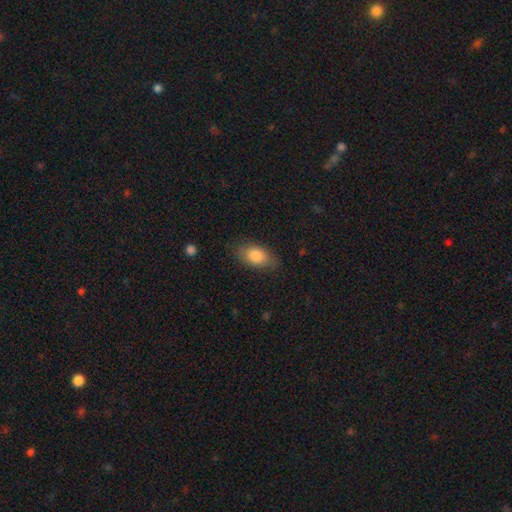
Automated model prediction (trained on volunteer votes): Smooth or featured? smooth (83%)
How rounded? in between (89%)
Merging? none (78%)